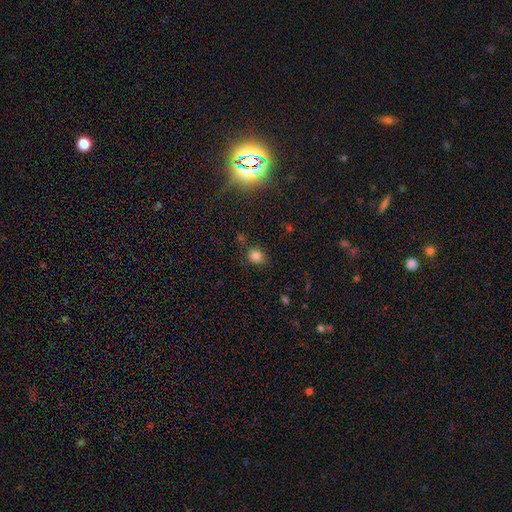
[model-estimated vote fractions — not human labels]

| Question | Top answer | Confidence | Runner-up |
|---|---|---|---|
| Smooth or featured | smooth | 81% | star or artifact (14%) |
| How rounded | round | 76% | in between (23%) |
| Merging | none | 77% | minor disturbance (15%) |